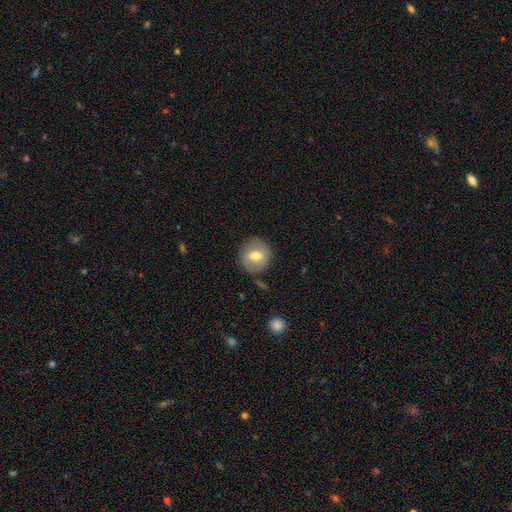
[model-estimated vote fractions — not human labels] The model was most divided on "smooth or featured": smooth: 65%, featured or disk: 28%, star or artifact: 7%. More confident: how rounded — round (88%); merging — none (84%).